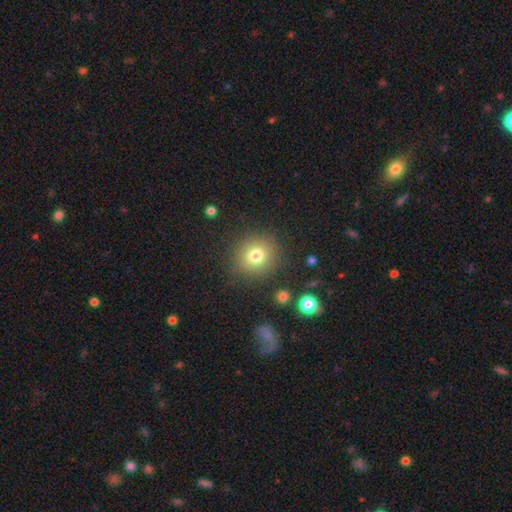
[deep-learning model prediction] Morphology: type=smooth (77%); roundness=round (88%); merging=none (86%).